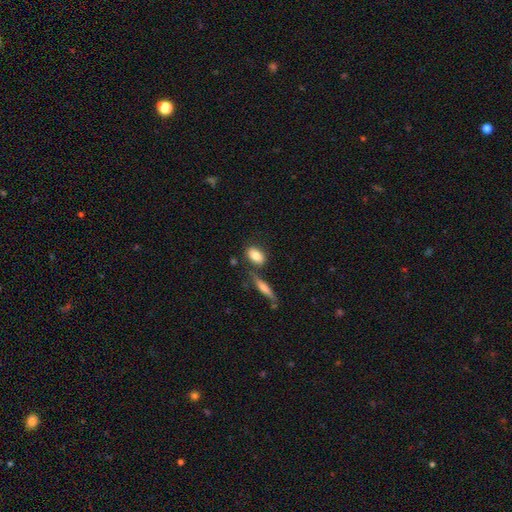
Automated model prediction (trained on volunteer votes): A smooth galaxy with no disk features (84%) that is in between round and cigar-shaped (85%). Merging: none (69%).